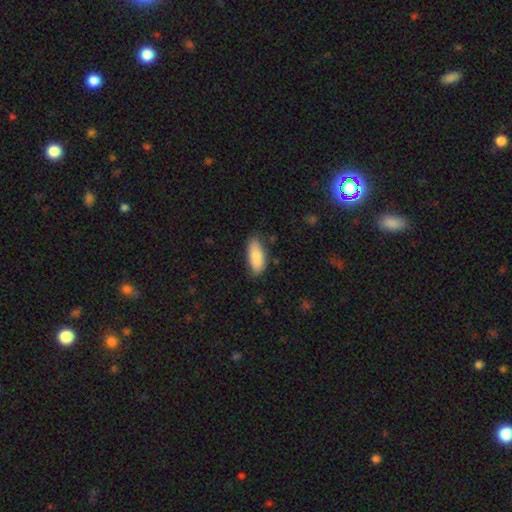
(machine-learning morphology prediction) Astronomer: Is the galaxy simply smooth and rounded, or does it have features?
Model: smooth — 83%.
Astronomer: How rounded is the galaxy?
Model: in between — 79%.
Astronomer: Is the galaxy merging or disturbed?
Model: none — 76%.